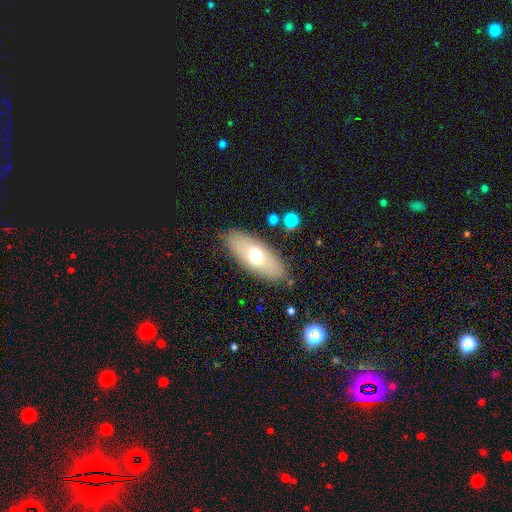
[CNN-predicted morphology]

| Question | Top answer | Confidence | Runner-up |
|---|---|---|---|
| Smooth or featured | smooth | 63% | featured or disk (30%) |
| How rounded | in between | 79% | cigar-shaped (17%) |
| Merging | none | 85% | minor disturbance (10%) |